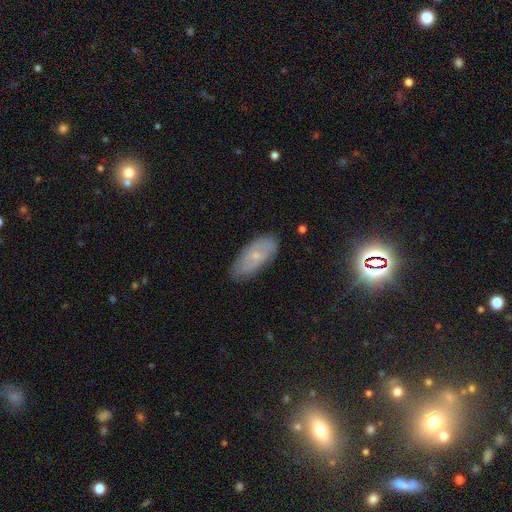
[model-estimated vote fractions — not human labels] A smooth galaxy with no disk features (46%).

Vote fractions:
- Smooth or featured? smooth: 46% / featured or disk: 43% / star or artifact: 11%
- Merging? none: 77% / minor disturbance: 18% / major disturbance: 4% / merger: 1%